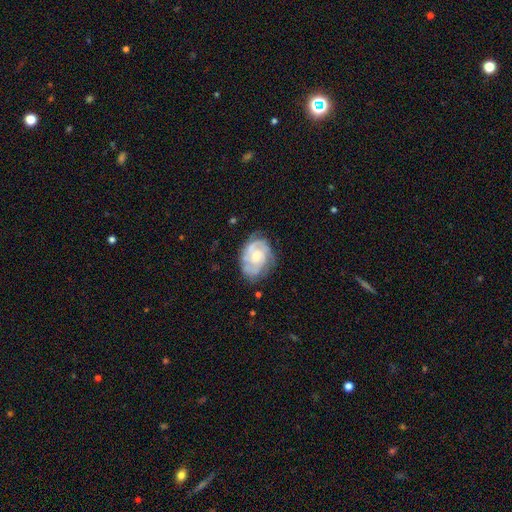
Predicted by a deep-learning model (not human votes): Overall: featured or disk (79%). Edge-on disk: no (97%). Bar: no (70%). Spiral arms: yes (91%). Spiral arm count: 2 (38%; can't tell 28%). Spiral winding: tight (60%; medium 32%). Bulge size: moderate (46%; small 43%). Merging: none (68%).